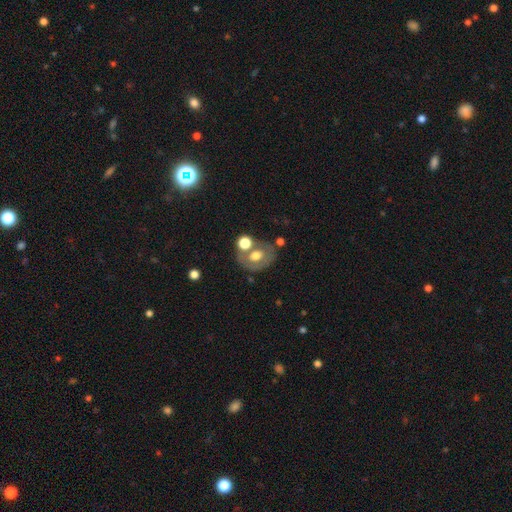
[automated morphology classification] The model was most divided on "smooth or featured": smooth: 51%, featured or disk: 39%, star or artifact: 10%. More confident: how rounded — in between (59%); merging — none (52%).